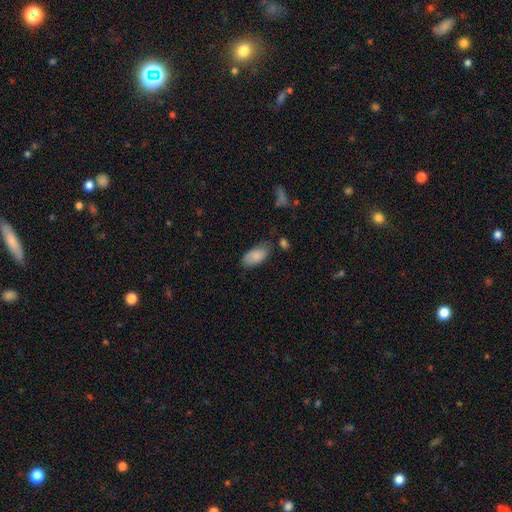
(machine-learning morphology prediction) smooth-or-featured: smooth: 85% | featured or disk: 8% | star or artifact: 7%
  how-rounded: in between: 94% | cigar-shaped: 3% | round: 3%
  merging: none: 70% | minor disturbance: 22% | major disturbance: 5% | merger: 4%